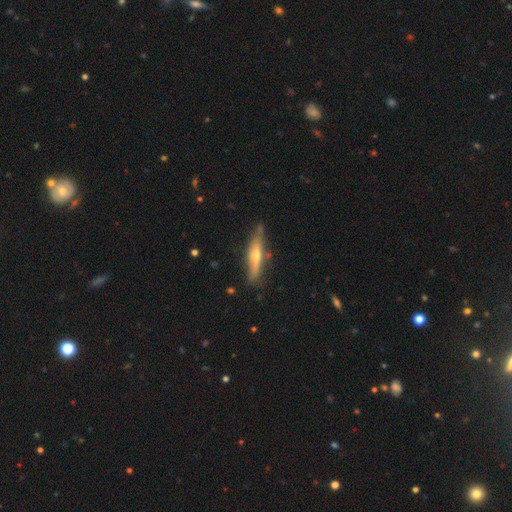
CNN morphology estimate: Smooth or featured?
  - featured or disk: 61% *
  - smooth: 33%
  - star or artifact: 6%
Edge-on disk?
  - yes: 90% *
  - no: 10%
Edge-on bulge?
  - rounded: 86% *
  - none: 9%
  - boxy: 5%
Merging?
  - none: 77% *
  - minor disturbance: 17%
  - merger: 3%
  - major disturbance: 3%